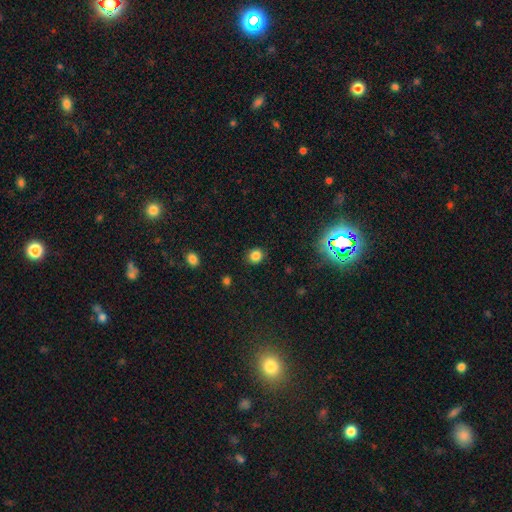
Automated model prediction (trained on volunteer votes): This is clearly a smooth galaxy (82%). How rounded: likely round (79%). Merging: clearly none (87%).